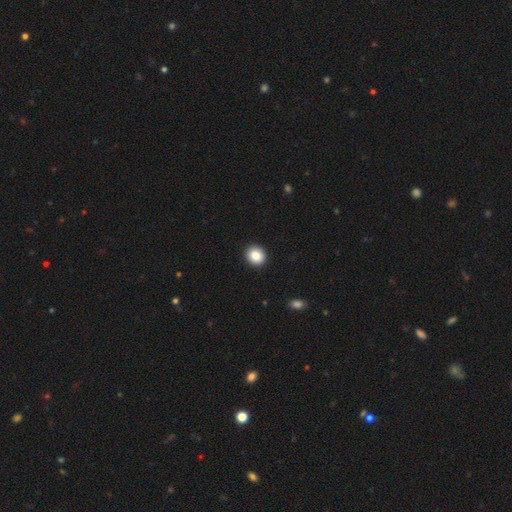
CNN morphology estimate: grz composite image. It shows a smooth galaxy with no disk features (85%) that is round (81%). Merging: none (93%).